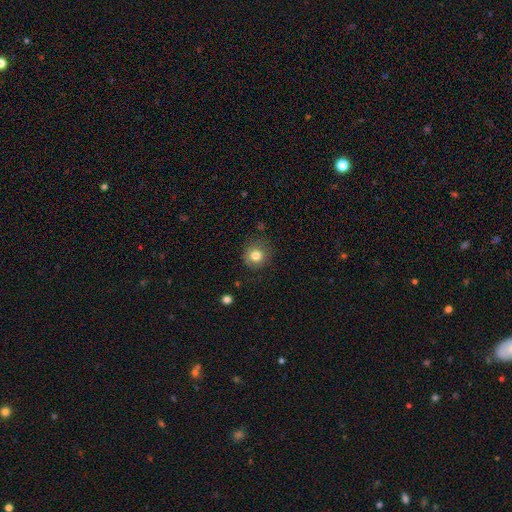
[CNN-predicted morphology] Smooth or featured: smooth — 82% (star or artifact — 11%)
How rounded: round — 90% (in between — 9%)
Merging: none — 82% (minor disturbance — 13%)